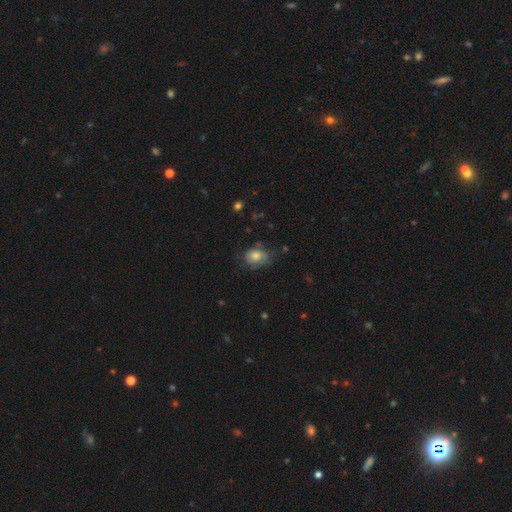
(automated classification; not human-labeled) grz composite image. It shows a smooth galaxy with no disk features (64%) that is in between round and cigar-shaped (67%). Merging: none (53%).